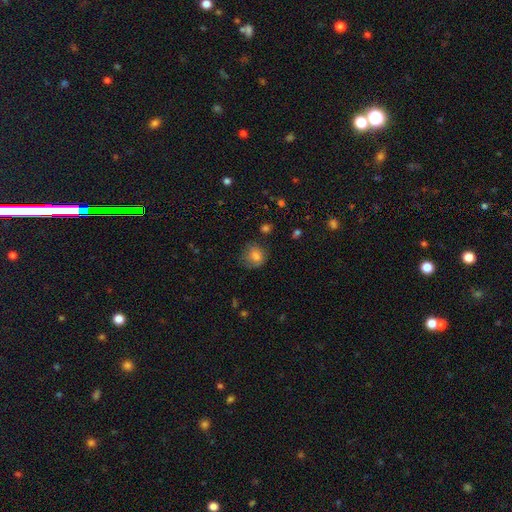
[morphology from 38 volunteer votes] smooth-or-featured: smooth: 89% | star or artifact: 8% | featured or disk: 3%
  how-rounded: round: 62% | in between: 38% | cigar-shaped: 0%
  merging: none: 77% | minor disturbance: 14% | major disturbance: 9% | merger: 0%